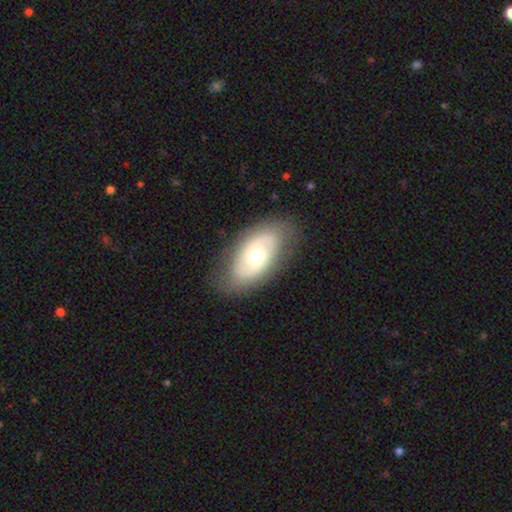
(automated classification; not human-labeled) Smooth or featured? featured or disk (58%)
Edge-on disk? no (91%)
Bar? no (76%)
Spiral arms? no (51%)
Bulge size? moderate (71%)
Merging? none (81%)